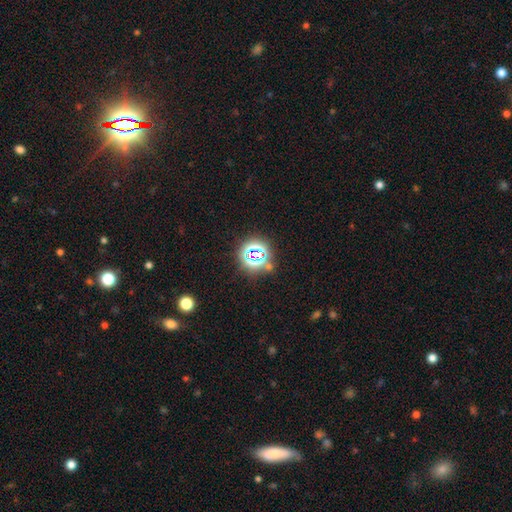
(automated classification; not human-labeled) Smooth or featured? star or artifact (70%)